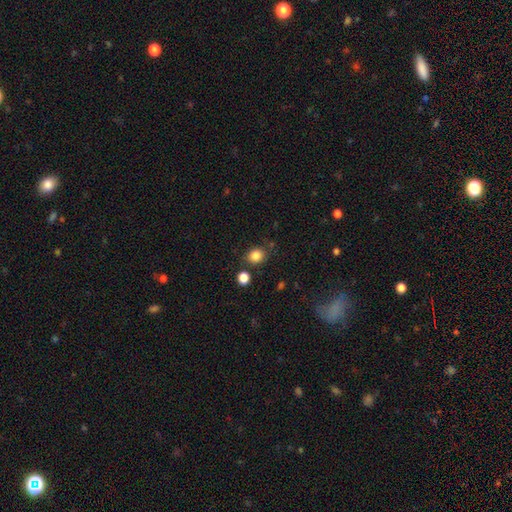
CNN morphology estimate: smooth-or-featured: smooth: 84% | star or artifact: 11% | featured or disk: 5%
  how-rounded: round: 67% | in between: 32% | cigar-shaped: 1%
  merging: none: 77% | minor disturbance: 12% | merger: 7% | major disturbance: 4%